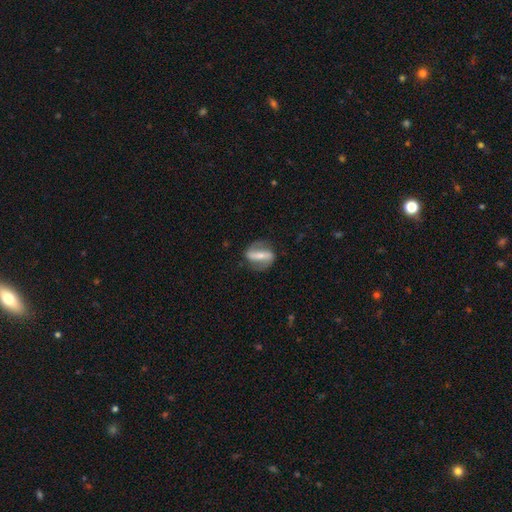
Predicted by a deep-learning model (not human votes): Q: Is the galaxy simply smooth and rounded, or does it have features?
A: featured or disk — 80%.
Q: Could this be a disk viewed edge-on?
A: no — 90%.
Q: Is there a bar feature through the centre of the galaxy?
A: strong — 74%.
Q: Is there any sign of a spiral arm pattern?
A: yes — 86%.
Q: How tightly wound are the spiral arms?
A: medium — 39%.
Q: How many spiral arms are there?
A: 2 — 89%.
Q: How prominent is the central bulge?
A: small — 50%.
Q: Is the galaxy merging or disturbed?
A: none — 81%.